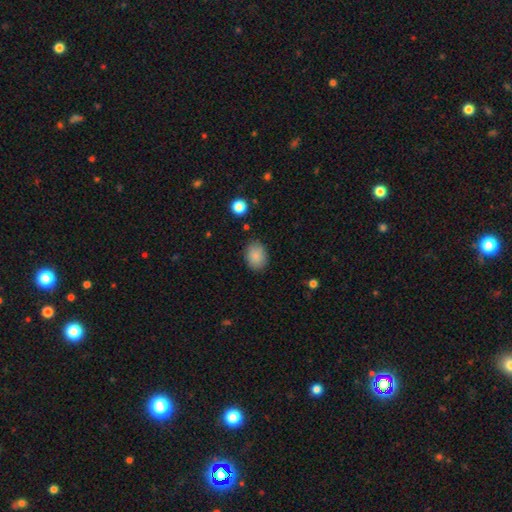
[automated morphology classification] Overall: smooth (87%). How rounded: in between (65%; round 34%). Merging: none (83%).